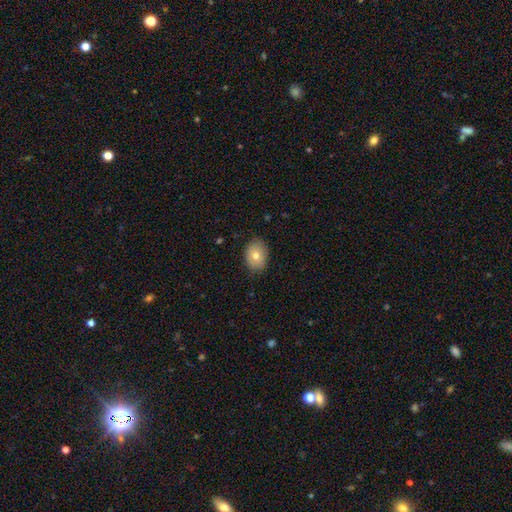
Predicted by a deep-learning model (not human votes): Smooth or featured? smooth (76%)
How rounded? in between (68%)
Merging? none (85%)